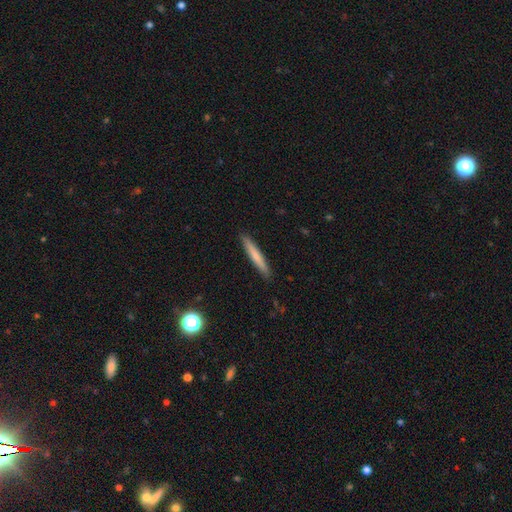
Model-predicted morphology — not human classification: Smooth or featured? Predicted: smooth (p=0.71). How rounded? Predicted: cigar-shaped (p=0.96). Merging? Predicted: none (p=0.91).